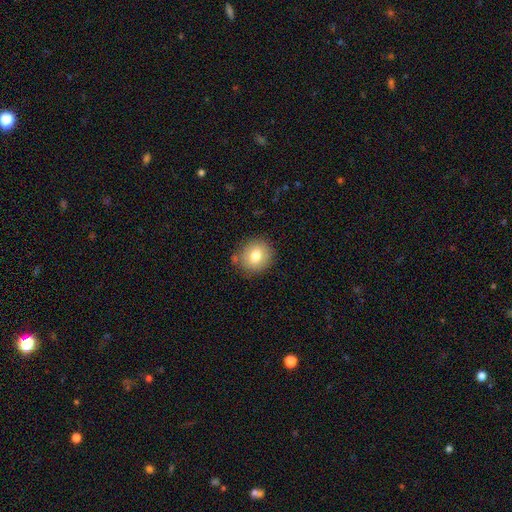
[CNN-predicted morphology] smooth_or_featured: smooth (p=0.78) [alt: featured or disk p=0.13]
how_rounded: round (p=0.80) [alt: in between p=0.19]
merging: none (p=0.82) [alt: minor disturbance p=0.12]